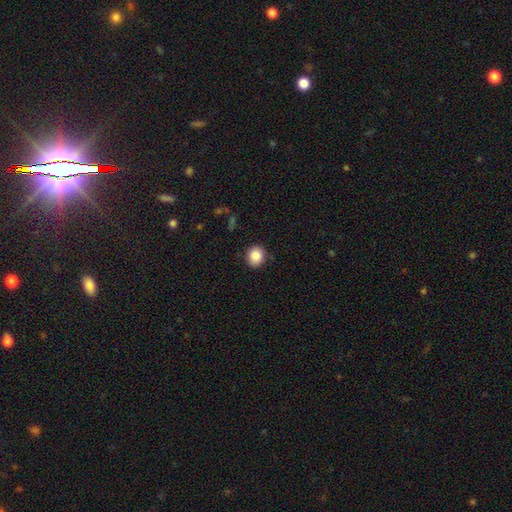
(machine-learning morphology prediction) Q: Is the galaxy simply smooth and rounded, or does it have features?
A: smooth — 88%.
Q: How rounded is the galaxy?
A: round — 74%.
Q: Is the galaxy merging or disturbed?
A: none — 86%.